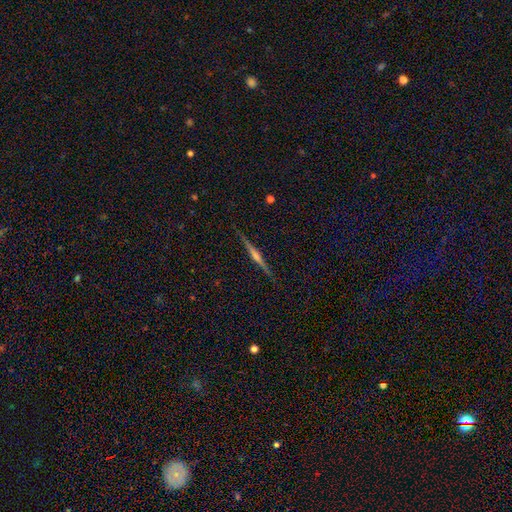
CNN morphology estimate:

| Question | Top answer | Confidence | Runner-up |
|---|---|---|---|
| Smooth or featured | featured or disk | 80% | smooth (14%) |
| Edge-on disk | yes | 98% | no (2%) |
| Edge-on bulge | rounded | 75% | none (14%) |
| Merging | none | 90% | minor disturbance (7%) |